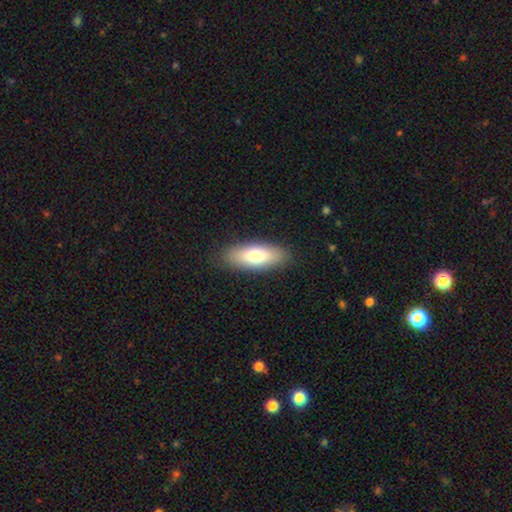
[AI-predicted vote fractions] A smooth galaxy with no disk features (74%) that is in between round and cigar-shaped (76%). Merging: none (88%).